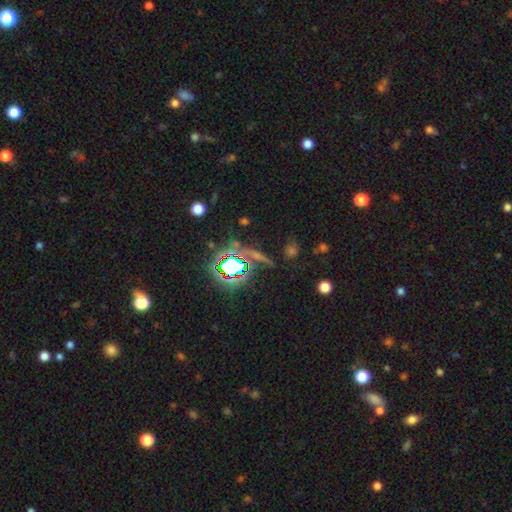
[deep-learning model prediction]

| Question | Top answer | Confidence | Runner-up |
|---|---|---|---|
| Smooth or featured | star or artifact | 66% | smooth (20%) |